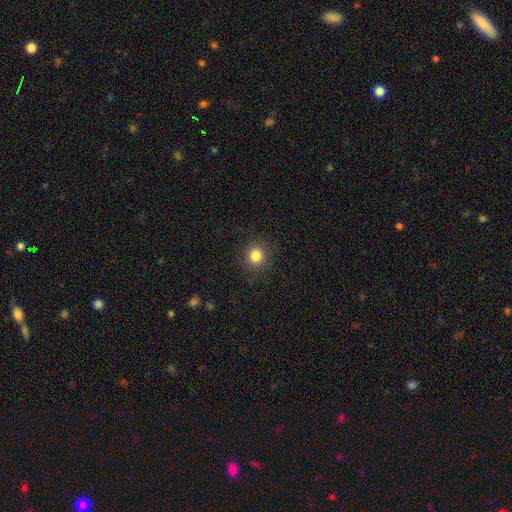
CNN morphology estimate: type=smooth (83%); roundness=round (91%); merging=none (89%).